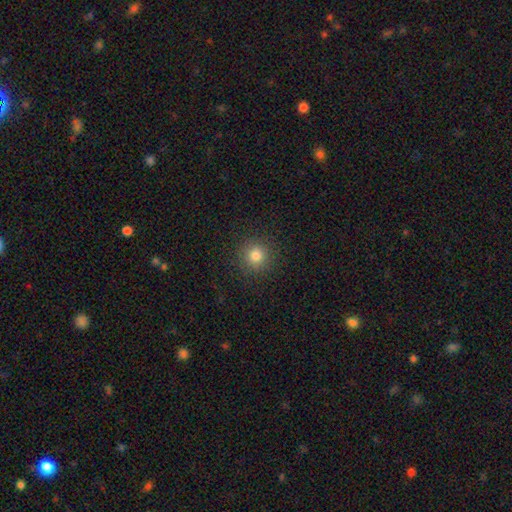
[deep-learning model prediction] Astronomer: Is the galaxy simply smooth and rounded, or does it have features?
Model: smooth — 81%.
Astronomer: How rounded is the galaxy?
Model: round — 94%.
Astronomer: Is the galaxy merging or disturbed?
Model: none — 90%.